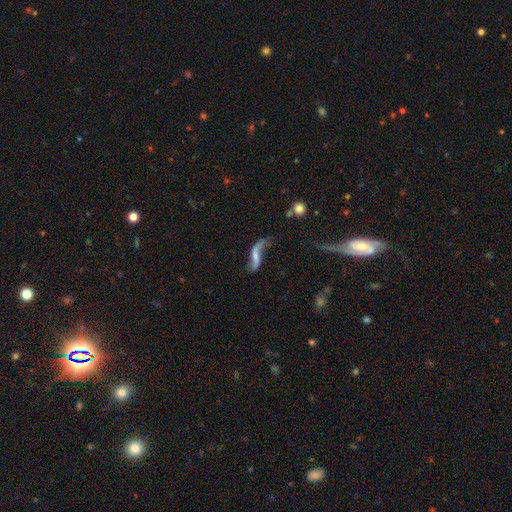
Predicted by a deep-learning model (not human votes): Smooth or featured? Predicted: featured or disk (p=0.71). Edge-on disk? Predicted: no (p=0.90). Bar? Predicted: no (p=0.41). Spiral arms? Predicted: yes (p=0.86). Spiral winding? Predicted: loose (p=0.93). Spiral arm count? Predicted: 2 (p=0.83). Bulge size? Predicted: none (p=0.38, tied with small). Merging? Predicted: none (p=0.44).